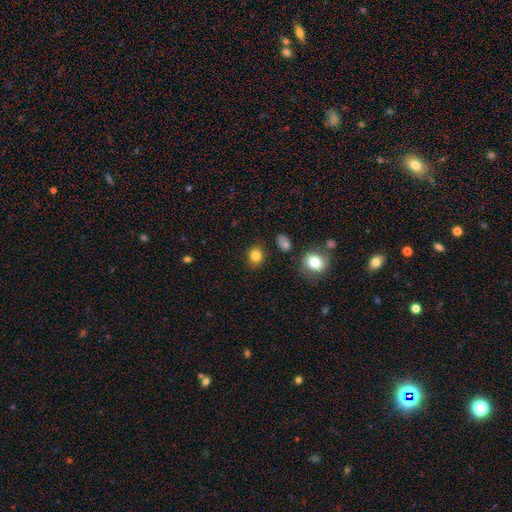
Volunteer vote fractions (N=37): smooth 86%, star or artifact 8%, featured or disk 5%. Down the decision tree: how rounded — round (75%); merging — none (85%).